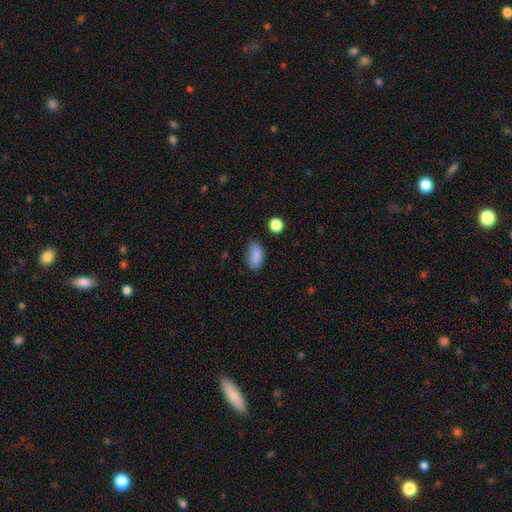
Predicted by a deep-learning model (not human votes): smooth 86%, star or artifact 8%, featured or disk 5%. Down the decision tree: how rounded — in between (90%); merging — none (70%).